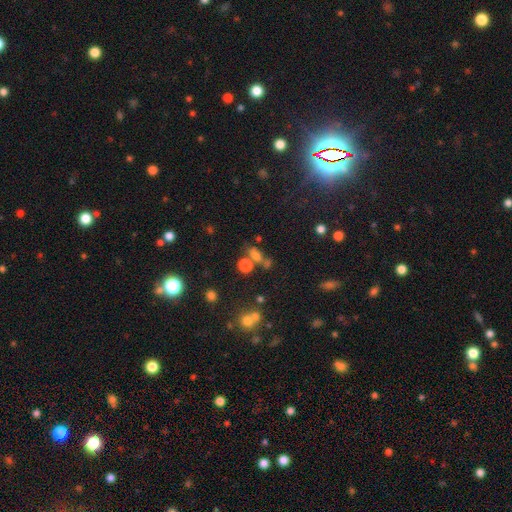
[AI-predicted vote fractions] Smooth or featured?
  - smooth: 63% *
  - star or artifact: 23%
  - featured or disk: 13%
How rounded?
  - in between: 61% *
  - round: 33%
  - cigar-shaped: 7%
Merging?
  - none: 53% *
  - merger: 24%
  - minor disturbance: 15%
  - major disturbance: 8%